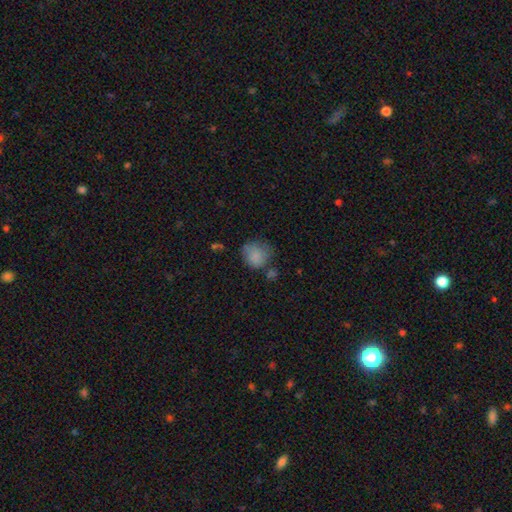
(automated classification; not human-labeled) Morphology: type=smooth (80%); roundness=round (76%); merging=none (52%).